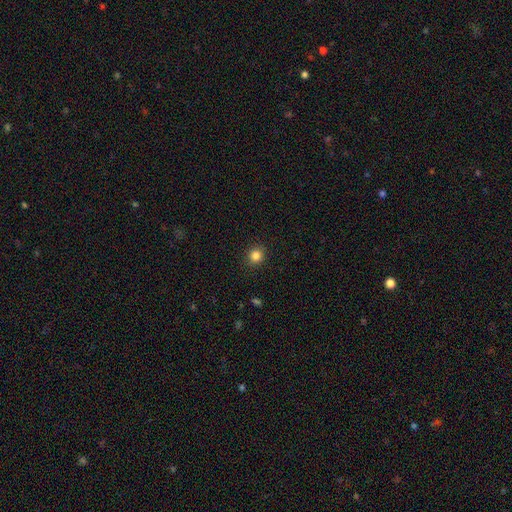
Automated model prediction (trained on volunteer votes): The model was most divided on "how rounded": round: 84%, in between: 15%, cigar-shaped: 1%. More confident: merging — none (91%); smooth or featured — smooth (84%).